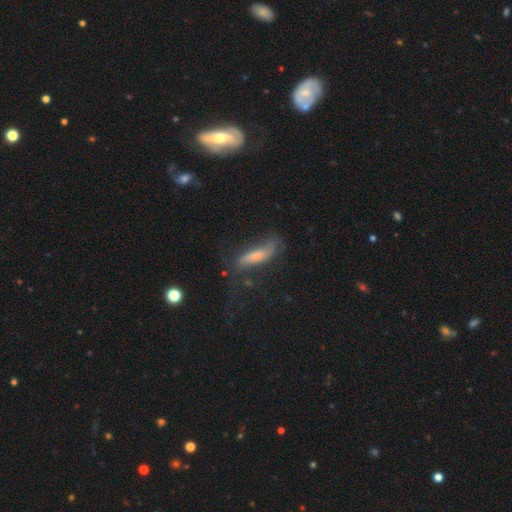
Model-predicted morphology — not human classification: The model was most divided on "smooth or featured": smooth: 48%, featured or disk: 40%, star or artifact: 12%. Remaining: merging — none (47%).